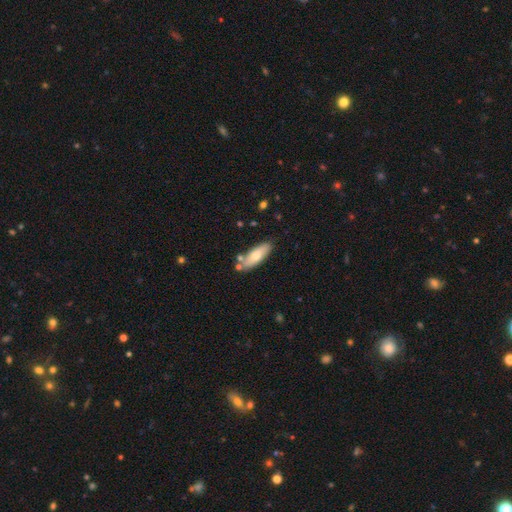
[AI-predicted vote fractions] Morphology: type=smooth (69%); roundness=in between (60%); merging=none (75%).